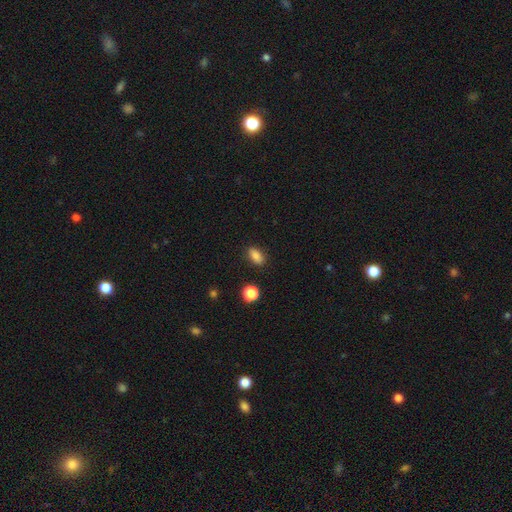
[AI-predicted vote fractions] Q: Smooth or featured?
A: smooth (85%); runner-up: star or artifact (10%)
Q: How rounded?
A: in between (85%); runner-up: round (9%)
Q: Merging?
A: none (87%); runner-up: minor disturbance (9%)